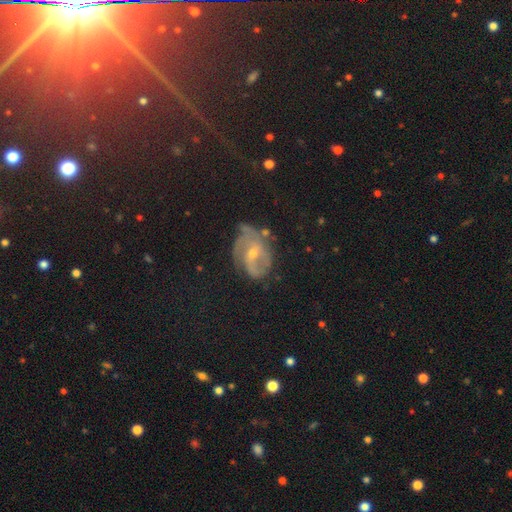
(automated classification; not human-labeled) smooth-or-featured: featured or disk: 71% | smooth: 15% | star or artifact: 15%
  disk-edge-on: no: 97% | yes: 3%
    bar: no: 48% | weak: 40% | strong: 12%
    has-spiral-arms: yes: 85% | no: 15%
      spiral-winding: medium: 43% | tight: 32% | loose: 24%
      spiral-arm-count: 2: 39% | can't tell: 26% | 3: 18% | 1: 8% | 4: 5% | more than 4: 4%
    bulge-size: small: 59% | moderate: 37% | none: 1% | large: 1% | dominant: 1%
  merging: none: 50% | minor disturbance: 28% | major disturbance: 18% | merger: 4%